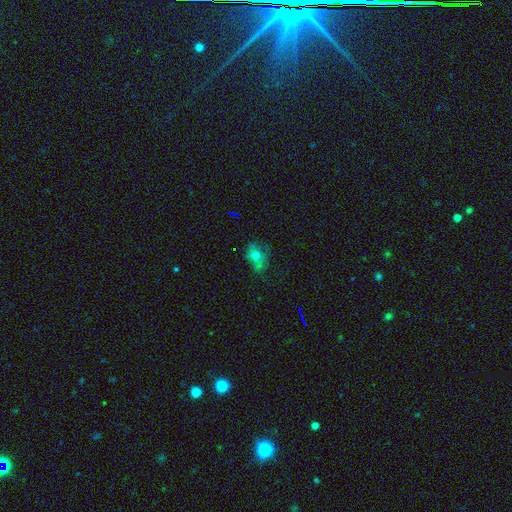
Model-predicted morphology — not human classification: Q: Smooth or featured?
A: smooth (60%); runner-up: featured or disk (24%)
Q: How rounded?
A: in between (58%); runner-up: round (41%)
Q: Merging?
A: none (41%); runner-up: minor disturbance (28%)